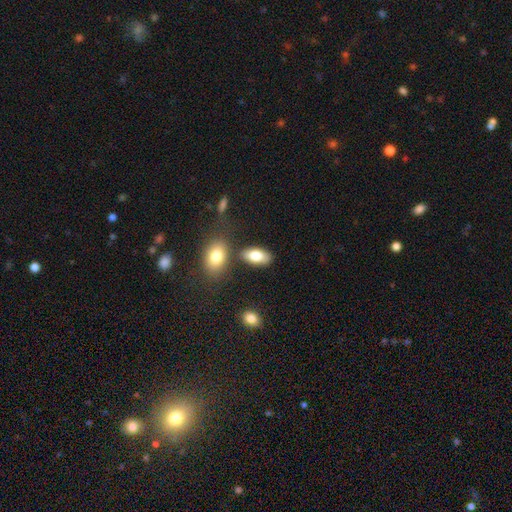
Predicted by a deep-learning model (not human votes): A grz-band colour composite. It shows a smooth galaxy with no disk features (81%) that is in between round and cigar-shaped (91%). Merging: none (75%).